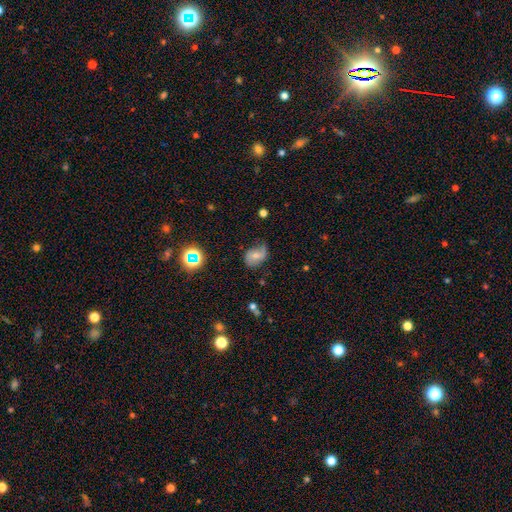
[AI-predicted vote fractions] A smooth galaxy with no disk features (44%). Merging: none (55%).